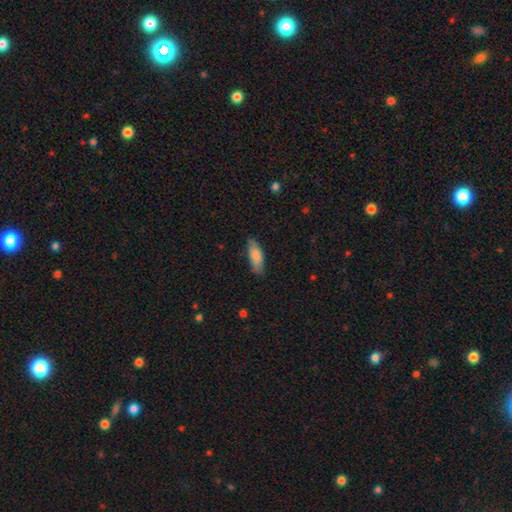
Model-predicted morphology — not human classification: Smooth or featured? smooth (83%)
How rounded? in between (65%)
Merging? none (80%)